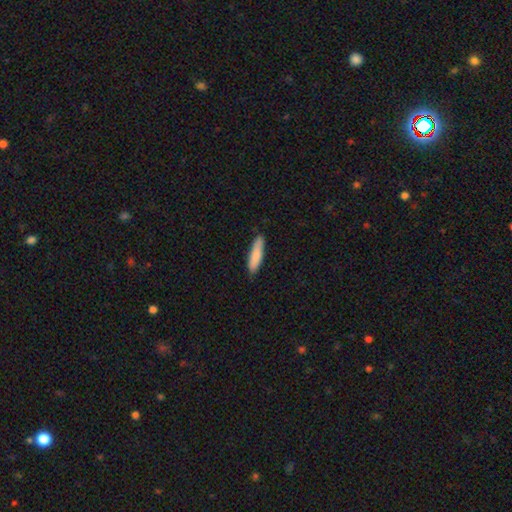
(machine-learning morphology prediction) Smooth or featured?
  - smooth: 85% *
  - featured or disk: 10%
  - star or artifact: 6%
How rounded?
  - cigar-shaped: 73% *
  - in between: 26%
  - round: 1%
Merging?
  - none: 82% *
  - minor disturbance: 14%
  - major disturbance: 2%
  - merger: 1%